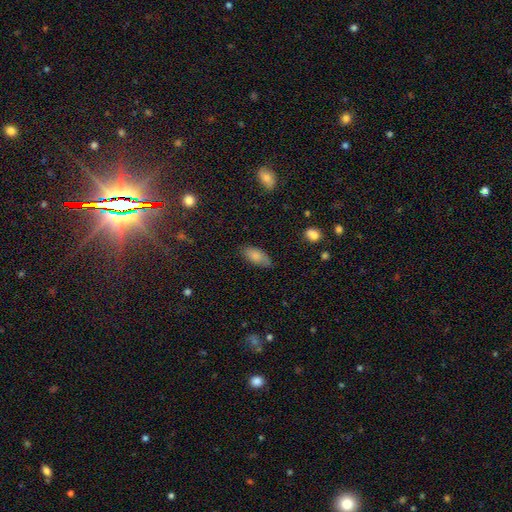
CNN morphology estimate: type=smooth (82%); roundness=in between (87%); merging=none (75%).